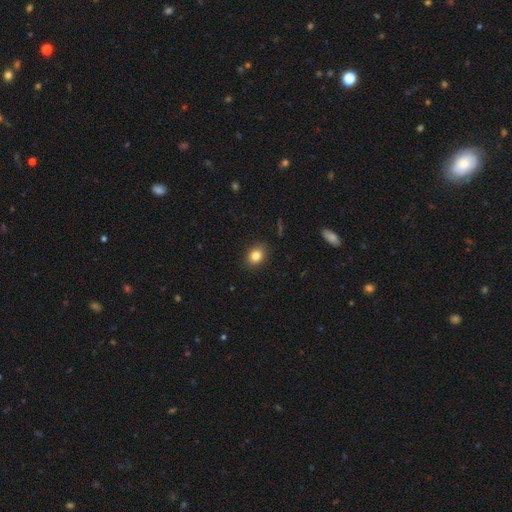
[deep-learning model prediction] The model was most divided on "how rounded": in between: 54%, round: 45%, cigar-shaped: 1%. More confident: merging — none (88%); smooth or featured — smooth (83%).